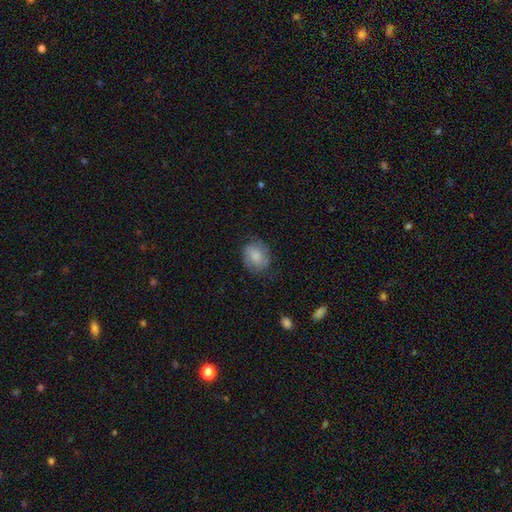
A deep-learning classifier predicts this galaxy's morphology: smooth 70%, featured or disk 23%, star or artifact 7%. Down the decision tree: how rounded — round (57%); merging — none (70%).